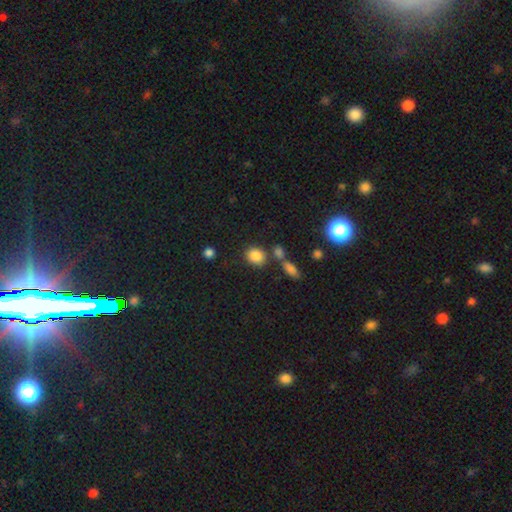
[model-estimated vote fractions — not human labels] Smooth or featured: smooth — 84% (star or artifact — 10%)
How rounded: round — 58% (in between — 40%)
Merging: none — 68% (merger — 16%)